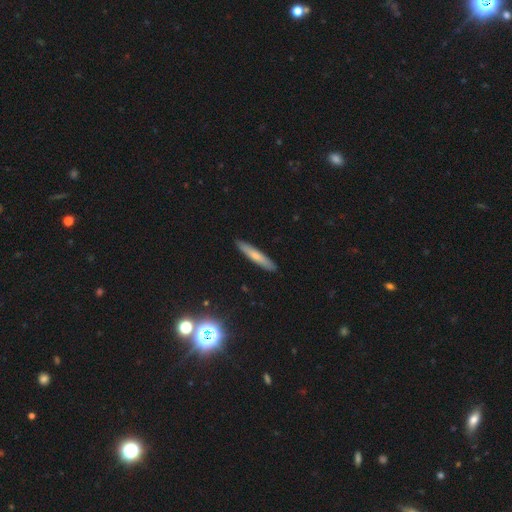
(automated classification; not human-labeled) Q: Smooth or featured?
A: smooth (65%); runner-up: featured or disk (29%)
Q: How rounded?
A: cigar-shaped (92%); runner-up: in between (7%)
Q: Merging?
A: none (90%); runner-up: minor disturbance (7%)